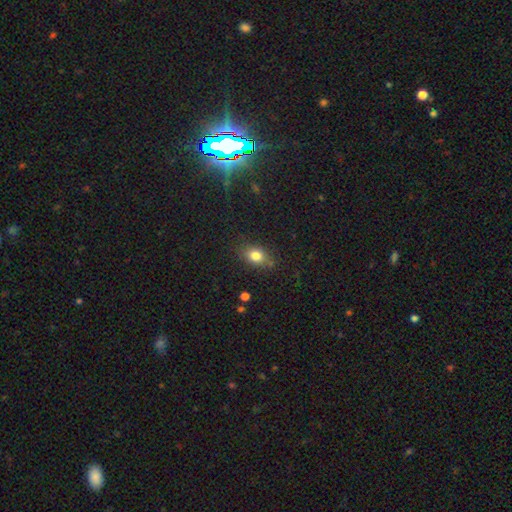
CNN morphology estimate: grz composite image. It shows a smooth galaxy with no disk features (81%) that is in between round and cigar-shaped (64%). Merging: none (79%).